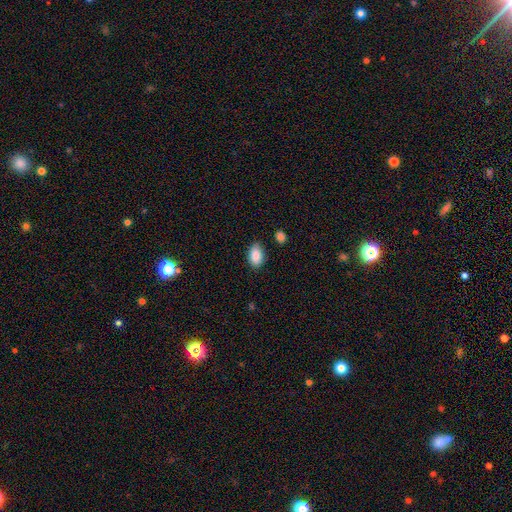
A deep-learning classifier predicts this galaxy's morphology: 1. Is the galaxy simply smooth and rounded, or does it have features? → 88% smooth, 7% star or artifact, 5% featured or disk.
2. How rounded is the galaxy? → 90% in between, 8% round, 1% cigar-shaped.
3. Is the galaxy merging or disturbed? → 83% none, 13% minor disturbance, 2% major disturbance, 2% merger.